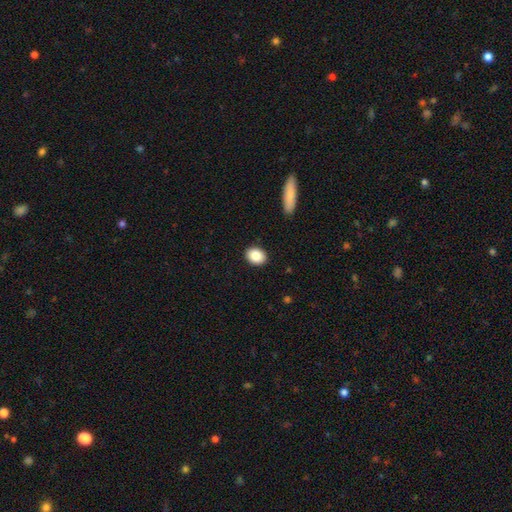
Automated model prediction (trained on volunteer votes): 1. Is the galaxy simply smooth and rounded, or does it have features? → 85% smooth, 8% star or artifact, 7% featured or disk.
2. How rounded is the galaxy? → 54% in between, 45% round, 1% cigar-shaped.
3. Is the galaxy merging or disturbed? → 91% none, 7% minor disturbance, 2% major disturbance, 1% merger.